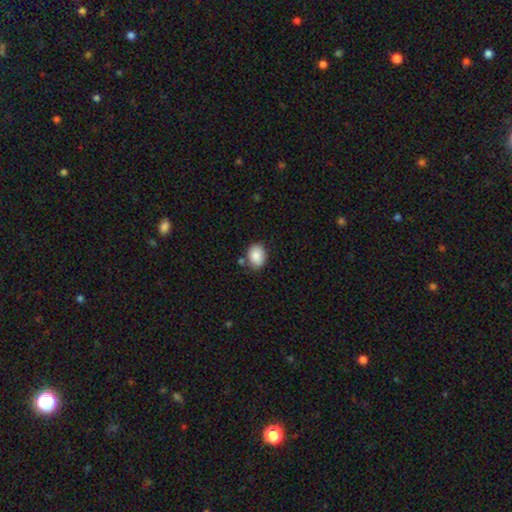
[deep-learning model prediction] Smooth or featured: smooth — 88% (star or artifact — 7%)
How rounded: in between — 66% (round — 33%)
Merging: none — 74% (minor disturbance — 15%)